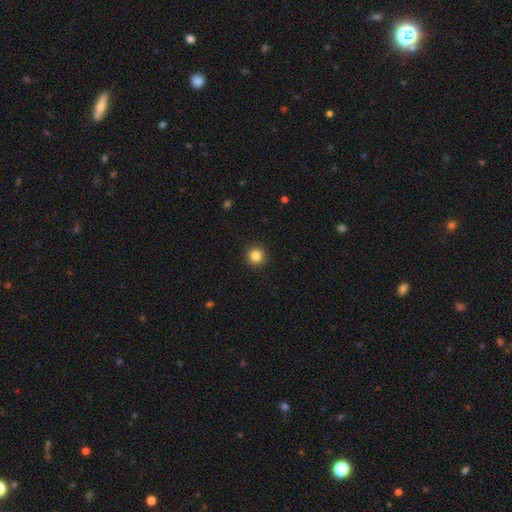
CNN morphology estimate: smooth_or_featured: smooth (p=0.84) [alt: star or artifact p=0.11]
how_rounded: round (p=0.95) [alt: in between p=0.04]
merging: none (p=0.93) [alt: minor disturbance p=0.05]